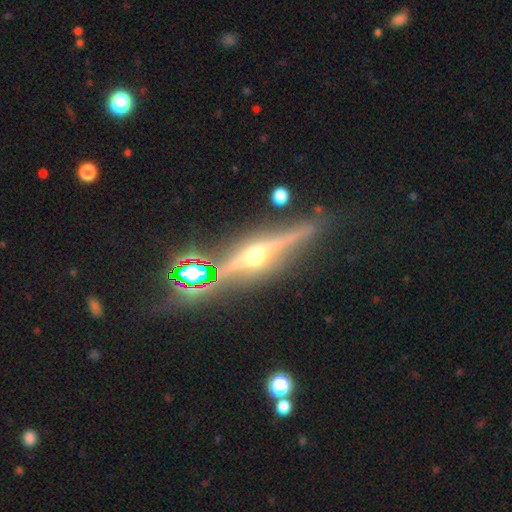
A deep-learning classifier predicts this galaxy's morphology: Q: Smooth or featured?
A: featured or disk (81%); runner-up: star or artifact (10%)
Q: Edge-on disk?
A: yes (97%); runner-up: no (3%)
Q: Edge-on bulge?
A: rounded (95%); runner-up: boxy (3%)
Q: Merging?
A: none (85%); runner-up: minor disturbance (9%)